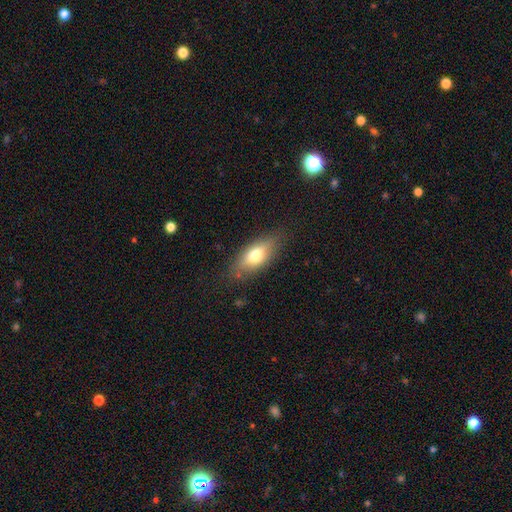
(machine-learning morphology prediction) smooth 65%, featured or disk 27%, star or artifact 8%. Down the decision tree: how rounded — in between (76%); merging — none (80%).